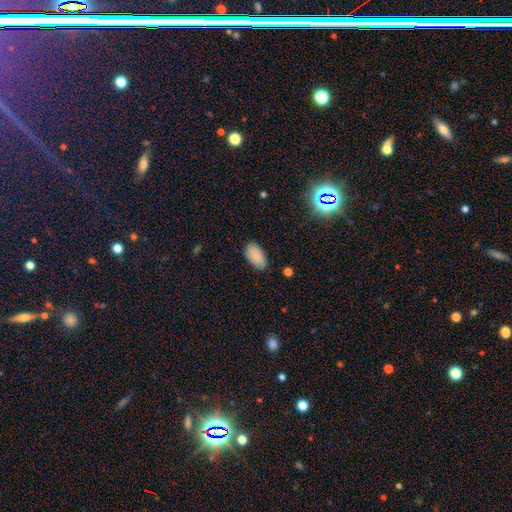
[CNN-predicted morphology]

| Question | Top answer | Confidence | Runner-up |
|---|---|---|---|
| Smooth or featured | smooth | 85% | star or artifact (8%) |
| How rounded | in between | 95% | round (3%) |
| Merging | none | 80% | minor disturbance (16%) |